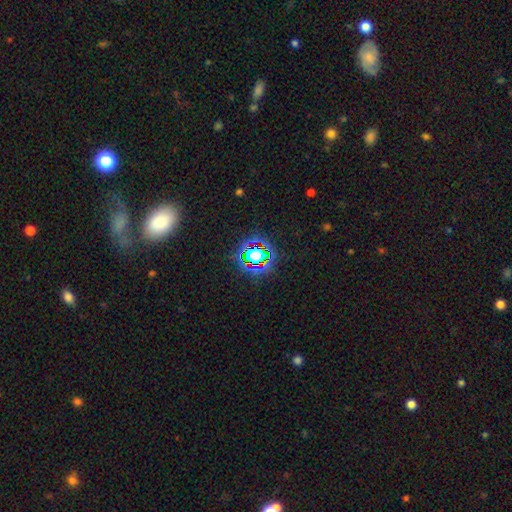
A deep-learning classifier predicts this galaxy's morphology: smooth_or_featured: star or artifact (p=0.69) [alt: smooth p=0.19]